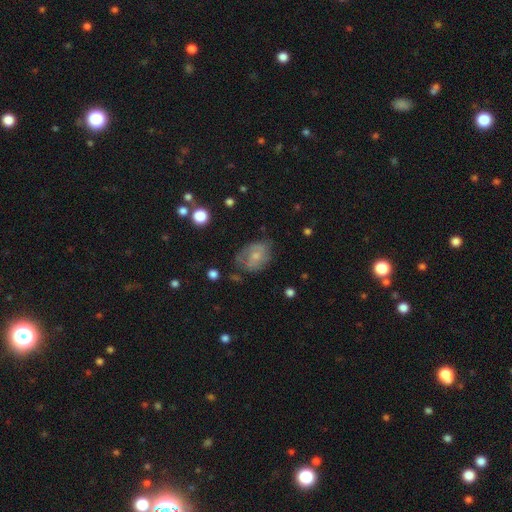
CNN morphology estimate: Smooth or featured?
  - smooth: 52% *
  - featured or disk: 39%
  - star or artifact: 9%
How rounded?
  - in between: 63% *
  - round: 35%
  - cigar-shaped: 1%
Merging?
  - none: 49% *
  - minor disturbance: 31%
  - major disturbance: 17%
  - merger: 3%